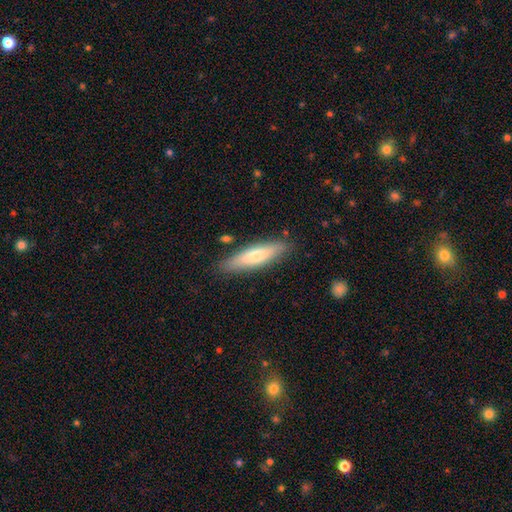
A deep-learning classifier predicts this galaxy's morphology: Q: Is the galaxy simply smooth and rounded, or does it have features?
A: smooth — 63%.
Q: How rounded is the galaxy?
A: cigar-shaped — 71%.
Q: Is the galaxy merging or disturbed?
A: none — 86%.